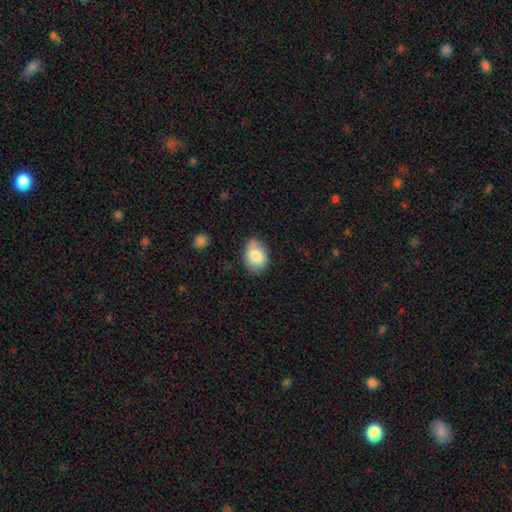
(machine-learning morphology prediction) Smooth or featured?
  - smooth: 80% *
  - featured or disk: 12%
  - star or artifact: 7%
How rounded?
  - in between: 76% *
  - round: 23%
  - cigar-shaped: 1%
Merging?
  - none: 72% *
  - minor disturbance: 22%
  - major disturbance: 4%
  - merger: 2%